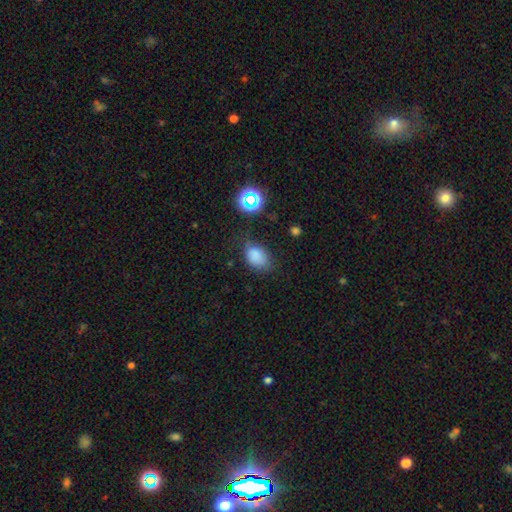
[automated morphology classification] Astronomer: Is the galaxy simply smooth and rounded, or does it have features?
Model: smooth — 78%.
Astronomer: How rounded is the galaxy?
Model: in between — 79%.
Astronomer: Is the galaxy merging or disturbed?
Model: none — 61%.